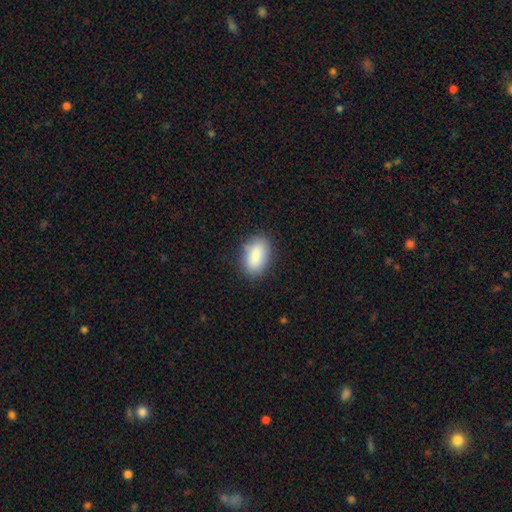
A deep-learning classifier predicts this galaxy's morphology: A smooth galaxy with no disk features (88%) that is in between round and cigar-shaped (91%). Merging: none (81%).